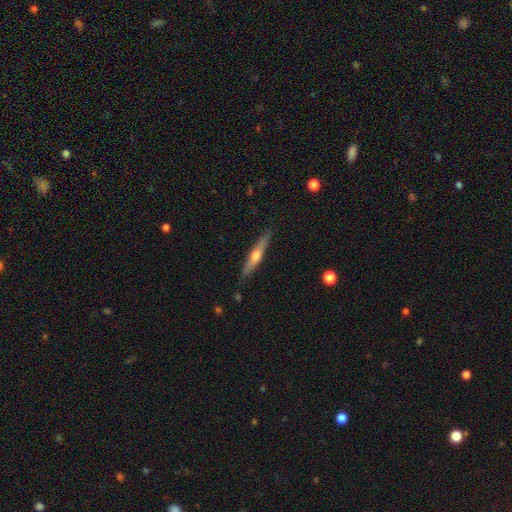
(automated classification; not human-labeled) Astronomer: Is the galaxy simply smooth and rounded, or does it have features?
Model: featured or disk — 54% (runner-up: smooth, 40%).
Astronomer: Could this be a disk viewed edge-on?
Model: yes — 94%.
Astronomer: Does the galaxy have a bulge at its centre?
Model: rounded — 85%.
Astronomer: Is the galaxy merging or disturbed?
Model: none — 87%.